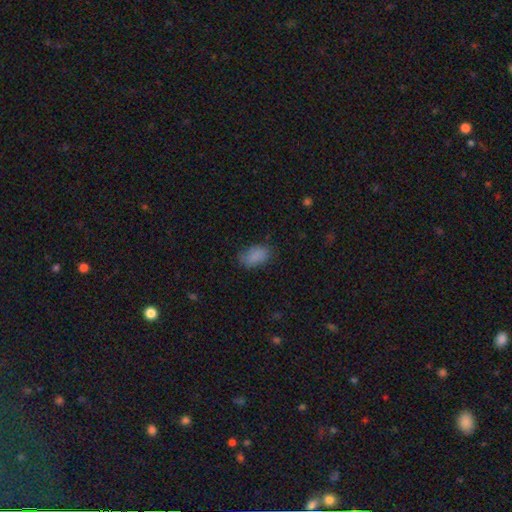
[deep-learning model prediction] Smooth or featured? Predicted: smooth (p=0.85). How rounded? Predicted: in between (p=0.92). Merging? Predicted: none (p=0.75).